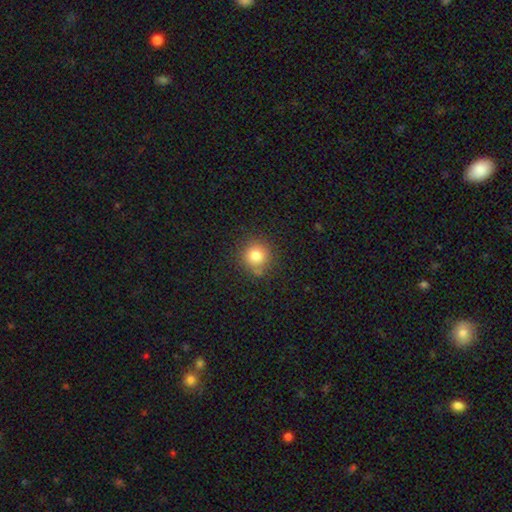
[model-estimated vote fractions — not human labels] smooth 81%, star or artifact 12%, featured or disk 7%. Down the decision tree: how rounded — round (92%); merging — none (80%).